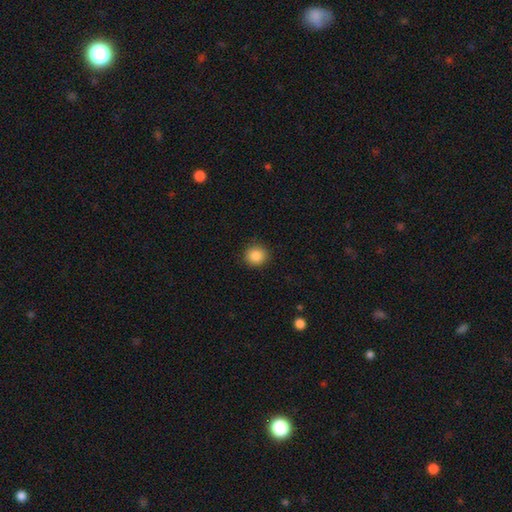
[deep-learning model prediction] A smooth galaxy with no disk features (87%) that is round (90%).

Vote fractions:
- Smooth or featured? smooth: 87% / star or artifact: 9% / featured or disk: 4%
- How rounded? round: 90% / in between: 9% / cigar-shaped: 1%
- Merging? none: 91% / minor disturbance: 6% / major disturbance: 2% / merger: 1%